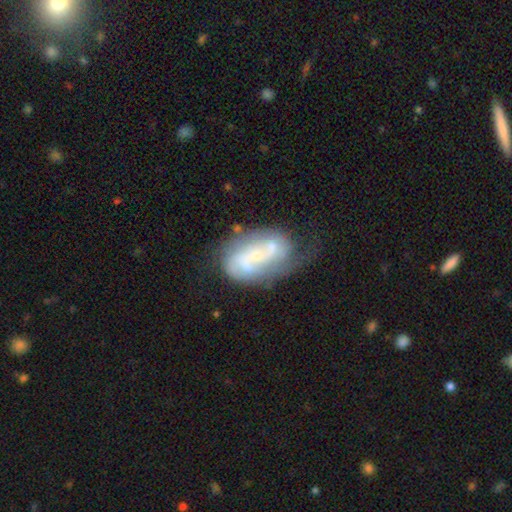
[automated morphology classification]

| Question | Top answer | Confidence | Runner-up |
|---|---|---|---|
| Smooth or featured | featured or disk | 73% | smooth (20%) |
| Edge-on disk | no | 96% | yes (4%) |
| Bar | no | 55% | weak (32%) |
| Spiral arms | yes | 78% | no (22%) |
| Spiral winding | medium | 41% | tight (32%) |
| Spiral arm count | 2 | 61% | can't tell (24%) |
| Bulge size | small | 69% | moderate (23%) |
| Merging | none | 39% | minor disturbance (24%) |